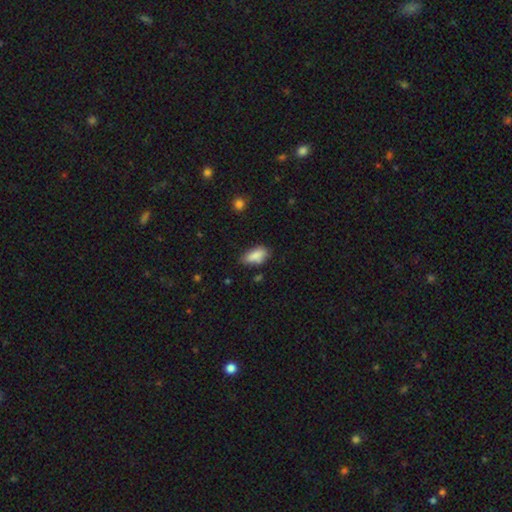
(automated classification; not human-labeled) Overall: smooth (83%). How rounded: in between (88%). Merging: none (66%).